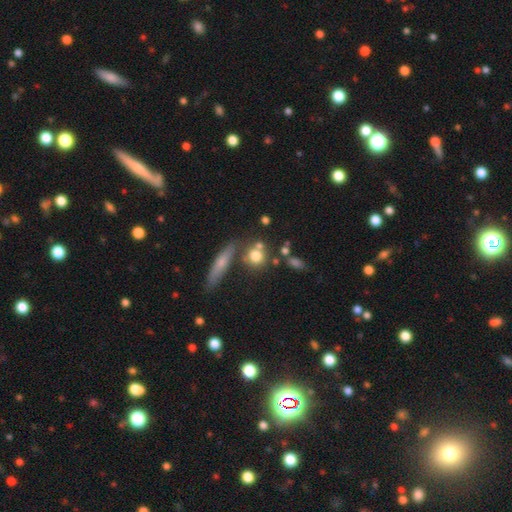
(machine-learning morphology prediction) This is likely a smooth galaxy (73%). How rounded: likely round (71%). Merging: possibly none (59%).